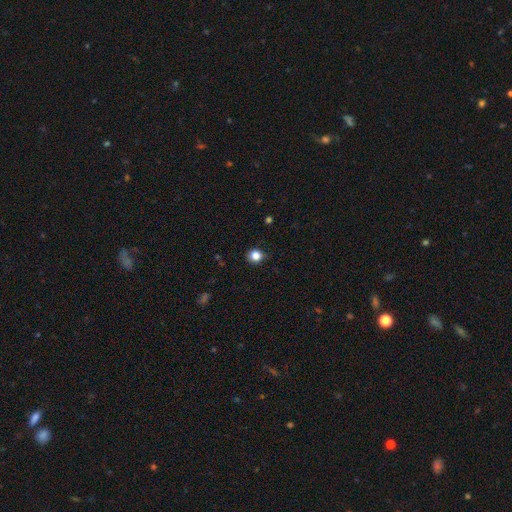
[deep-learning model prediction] Q: Smooth or featured?
A: smooth (84%); runner-up: star or artifact (12%)
Q: How rounded?
A: round (85%); runner-up: in between (14%)
Q: Merging?
A: none (86%); runner-up: minor disturbance (10%)